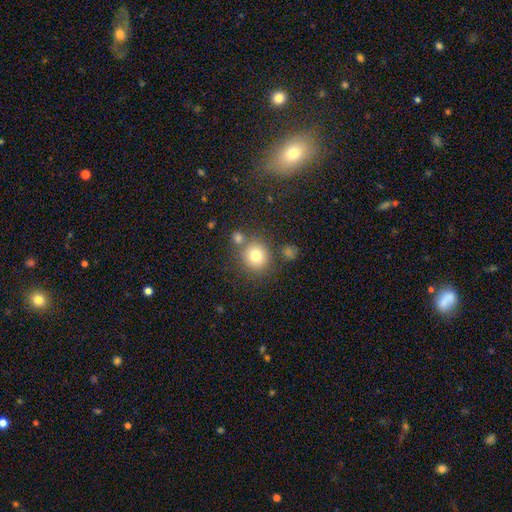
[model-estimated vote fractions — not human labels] Smooth or featured: smooth — 79% (star or artifact — 12%)
How rounded: round — 87% (in between — 12%)
Merging: none — 72% (merger — 14%)